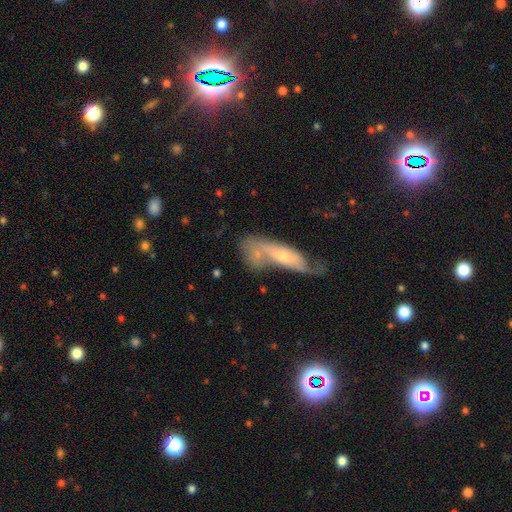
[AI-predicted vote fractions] Overall: smooth (53%; featured or disk 40%). How rounded: in between (57%; cigar-shaped 32%). Merging: merger (45%; none 26%).